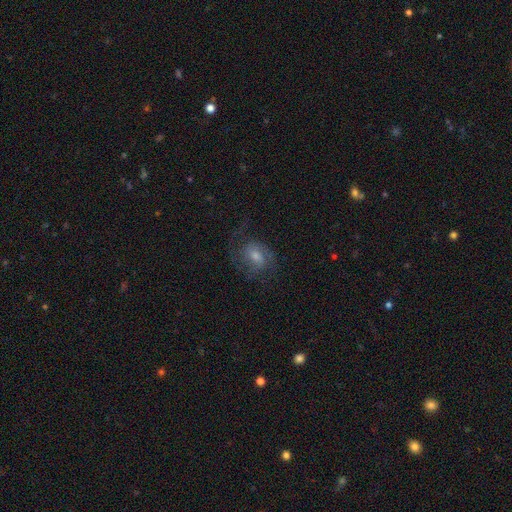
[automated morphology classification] featured or disk 70%, smooth 20%, star or artifact 11%. Down the decision tree: edge-on disk — no (97%); bar — weak (47%); spiral arms — yes (92%); spiral arm count — 2 (65%); spiral winding — medium (50%); bulge size — moderate (48%); merging — none (68%).